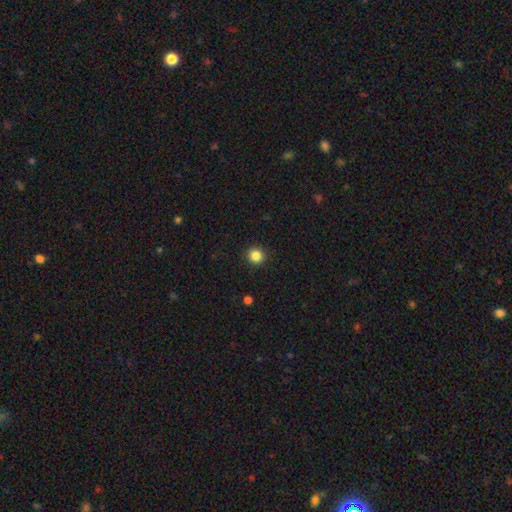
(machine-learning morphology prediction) smooth 85%, star or artifact 11%, featured or disk 4%. Down the decision tree: how rounded — round (95%); merging — none (92%).